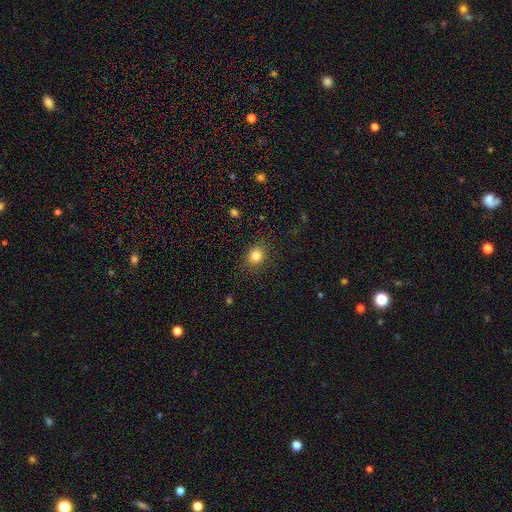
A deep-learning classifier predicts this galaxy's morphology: A smooth galaxy with no disk features (83%) that is round (71%).

Vote fractions:
- Smooth or featured? smooth: 83% / star or artifact: 12% / featured or disk: 5%
- How rounded? round: 71% / in between: 28% / cigar-shaped: 1%
- Merging? none: 87% / minor disturbance: 9% / major disturbance: 3% / merger: 1%